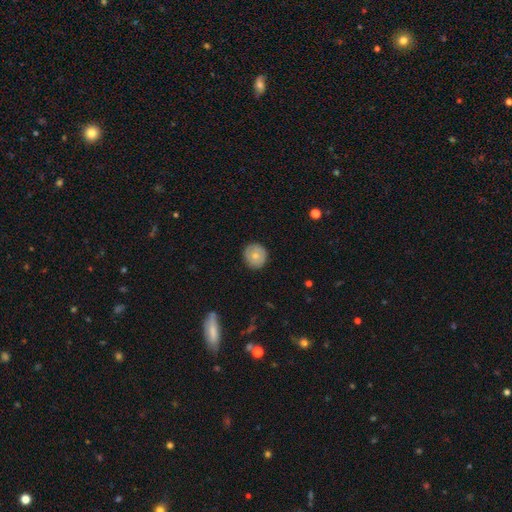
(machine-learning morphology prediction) smooth-or-featured: smooth: 67% | featured or disk: 26% | star or artifact: 7%
  how-rounded: round: 92% | in between: 7% | cigar-shaped: 1%
  merging: none: 88% | minor disturbance: 9% | major disturbance: 2% | merger: 1%